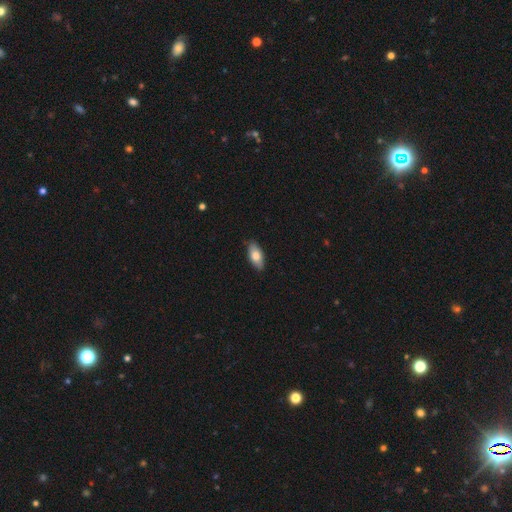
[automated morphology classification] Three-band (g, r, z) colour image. It shows a smooth galaxy with no disk features (75%) that is in between round and cigar-shaped (87%). Merging: none (86%).